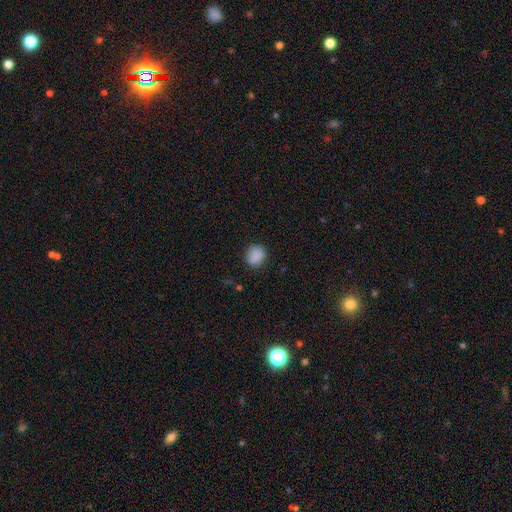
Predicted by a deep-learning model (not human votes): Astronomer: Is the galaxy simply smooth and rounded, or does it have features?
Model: smooth — 88%.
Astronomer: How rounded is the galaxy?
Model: round — 70%.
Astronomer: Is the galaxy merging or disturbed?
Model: none — 85%.